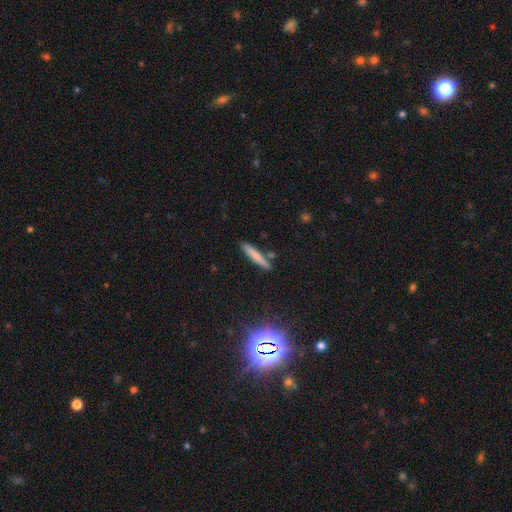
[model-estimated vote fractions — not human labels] This appears to be a smooth galaxy with no disk features (73%) that is cigar-shaped (92%). Merging: none (82%).